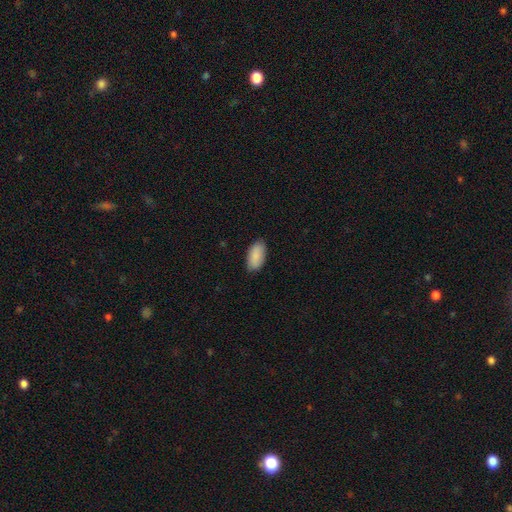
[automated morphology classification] A smooth galaxy with no disk features (90%) that is in between round and cigar-shaped (94%). Merging: none (84%).